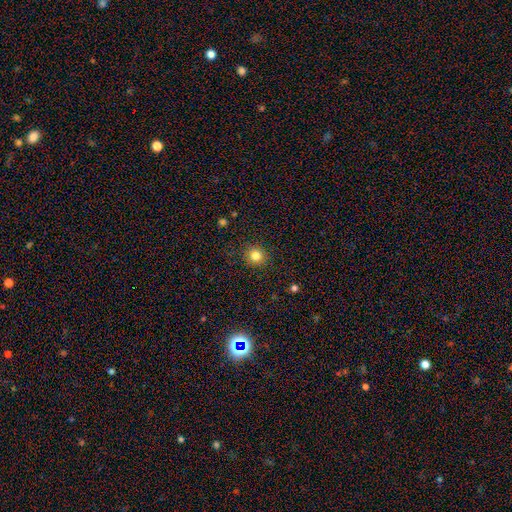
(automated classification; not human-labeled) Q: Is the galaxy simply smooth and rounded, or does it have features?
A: smooth — 82%.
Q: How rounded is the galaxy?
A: round — 89%.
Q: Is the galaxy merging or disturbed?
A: none — 90%.